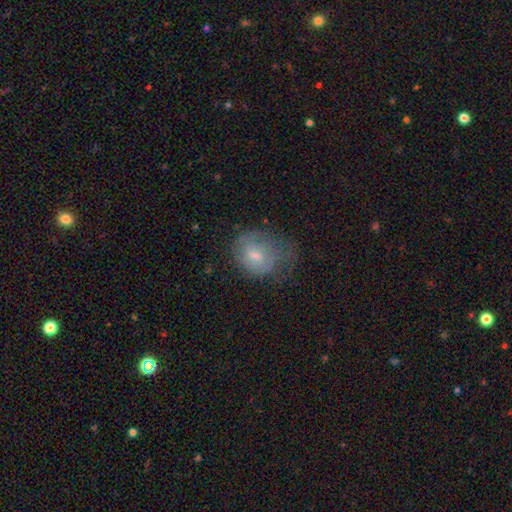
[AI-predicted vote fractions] The model was most divided on "merging": major disturbance: 34%, none: 33%, minor disturbance: 31%, merger: 2%. More confident: smooth or featured — smooth (53%); how rounded — round (50%).